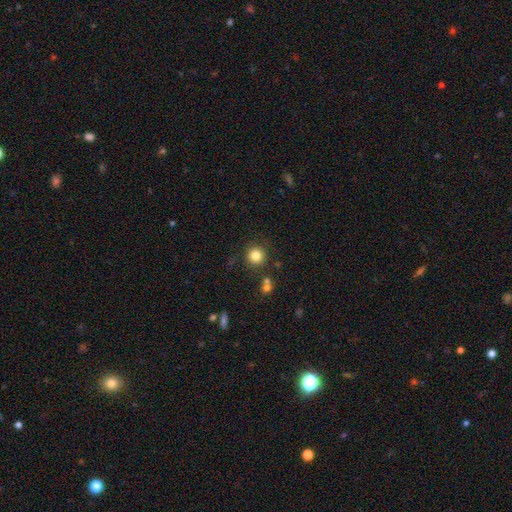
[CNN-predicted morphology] A smooth galaxy with no disk features (82%) that is round (94%).

Vote fractions:
- Smooth or featured? smooth: 82% / star or artifact: 12% / featured or disk: 6%
- How rounded? round: 94% / in between: 5% / cigar-shaped: 1%
- Merging? none: 85% / minor disturbance: 7% / merger: 5% / major disturbance: 3%